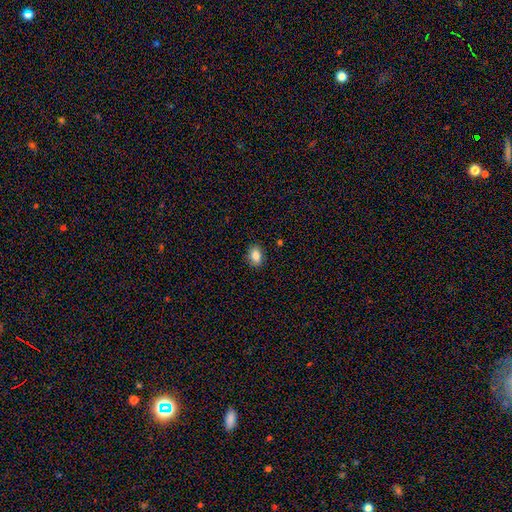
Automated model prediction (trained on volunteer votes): A smooth galaxy with no disk features (84%) that is in between round and cigar-shaped (75%). Merging: none (87%).